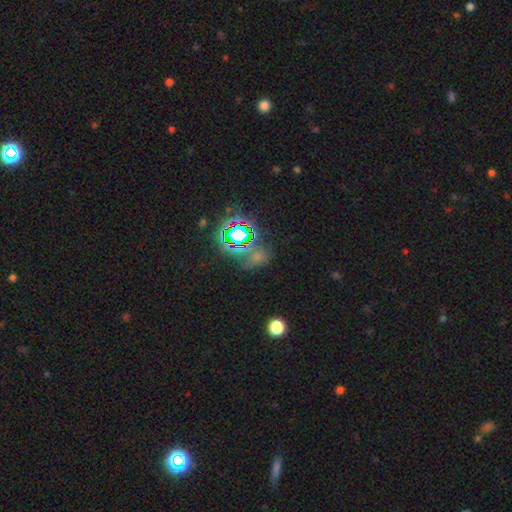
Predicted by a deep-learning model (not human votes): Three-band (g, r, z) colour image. It shows a star or artifact, not a galaxy (54%).